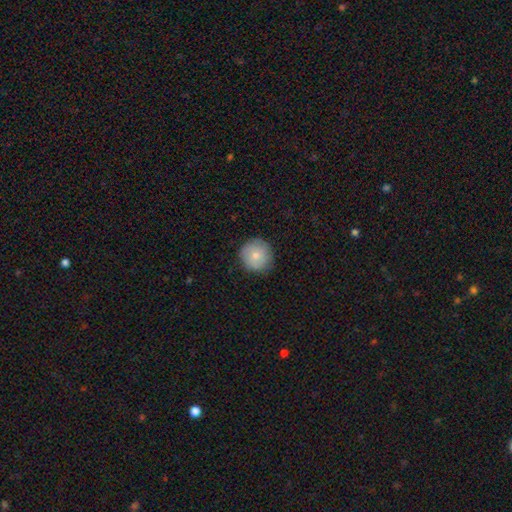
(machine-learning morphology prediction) type=smooth (78%); roundness=round (94%); merging=none (85%).